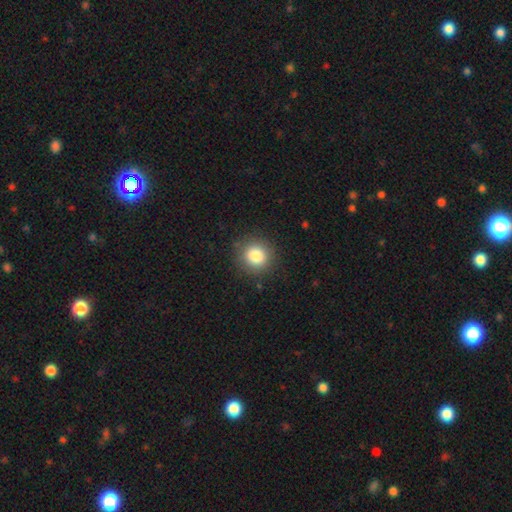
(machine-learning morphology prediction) Smooth or featured?
  - smooth: 83% *
  - star or artifact: 11%
  - featured or disk: 6%
How rounded?
  - round: 92% *
  - in between: 7%
  - cigar-shaped: 1%
Merging?
  - none: 89% *
  - minor disturbance: 8%
  - major disturbance: 3%
  - merger: 1%